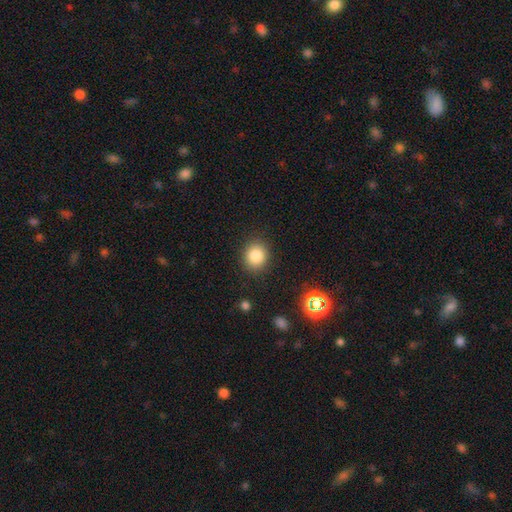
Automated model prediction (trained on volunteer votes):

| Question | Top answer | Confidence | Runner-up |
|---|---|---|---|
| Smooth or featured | smooth | 83% | star or artifact (11%) |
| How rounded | round | 79% | in between (21%) |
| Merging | none | 88% | minor disturbance (8%) |